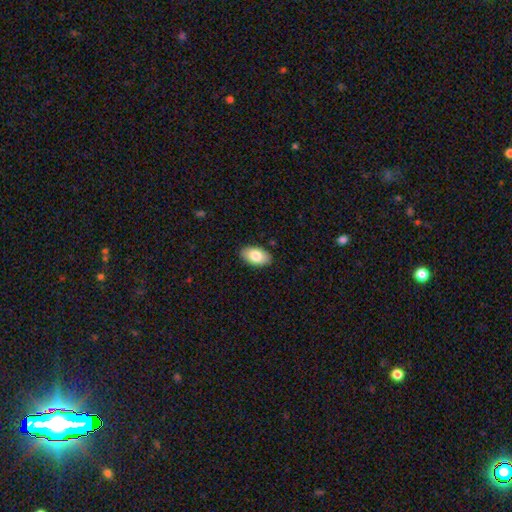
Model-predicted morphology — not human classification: Overall: smooth (83%). How rounded: in between (95%). Merging: none (88%).